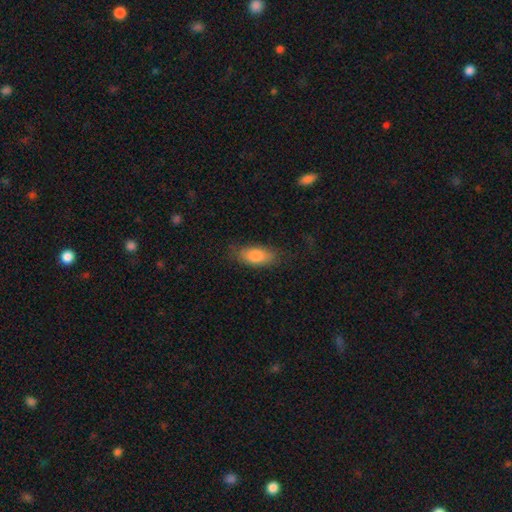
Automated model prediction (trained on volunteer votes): The model was most divided on "merging": none: 75%, minor disturbance: 18%, major disturbance: 6%, merger: 1%. More confident: how rounded — in between (85%); smooth or featured — smooth (82%).